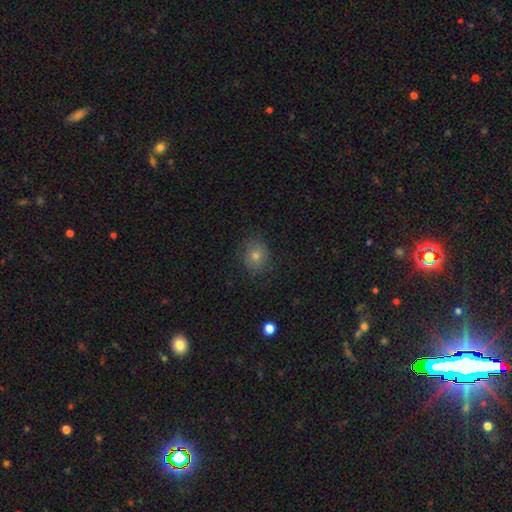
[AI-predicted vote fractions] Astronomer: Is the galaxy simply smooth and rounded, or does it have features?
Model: smooth — 71%.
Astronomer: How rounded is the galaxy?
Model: round — 74%.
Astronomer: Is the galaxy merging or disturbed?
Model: none — 83%.